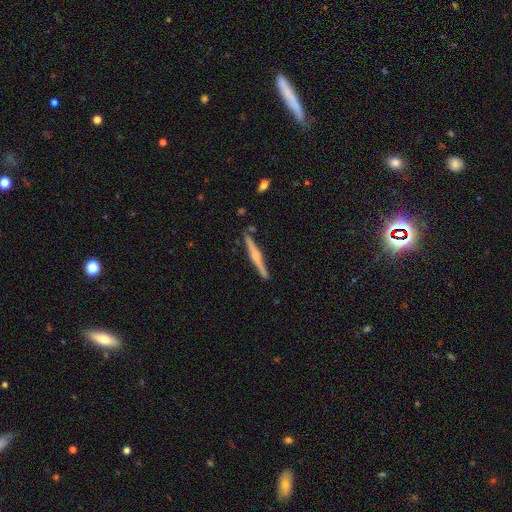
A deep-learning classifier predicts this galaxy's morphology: Smooth or featured?
  - featured or disk: 69% *
  - smooth: 26%
  - star or artifact: 5%
Edge-on disk?
  - yes: 98% *
  - no: 2%
Edge-on bulge?
  - rounded: 72% *
  - boxy: 15%
  - none: 12%
Merging?
  - none: 89% *
  - minor disturbance: 8%
  - merger: 2%
  - major disturbance: 1%